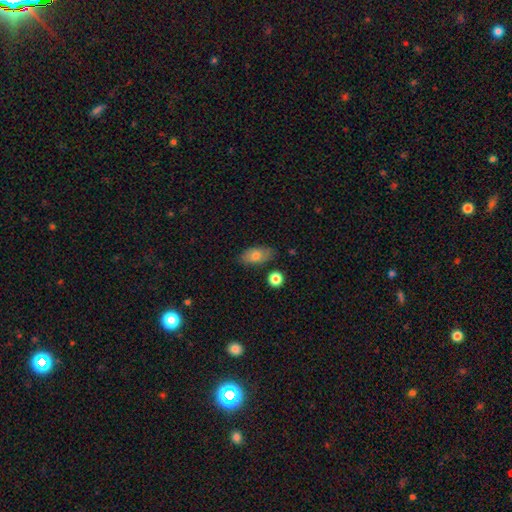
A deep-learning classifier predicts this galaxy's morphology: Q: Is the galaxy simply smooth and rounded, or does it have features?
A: smooth — 73%.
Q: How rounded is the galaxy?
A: in between — 87%.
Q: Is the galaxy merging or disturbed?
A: none — 76%.